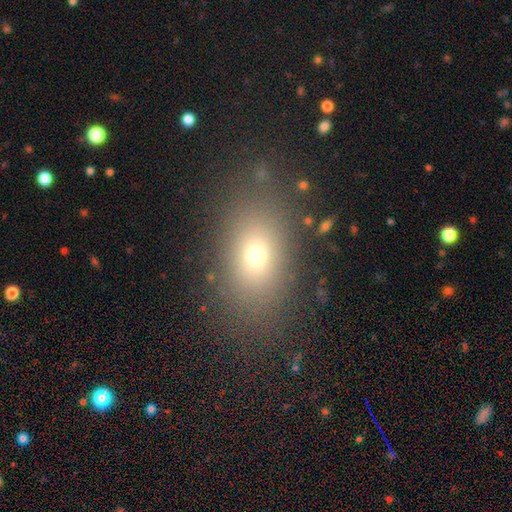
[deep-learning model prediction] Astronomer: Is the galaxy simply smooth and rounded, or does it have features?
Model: smooth — 69%.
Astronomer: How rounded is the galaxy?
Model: in between — 73%.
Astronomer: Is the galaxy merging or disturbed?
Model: none — 76%.